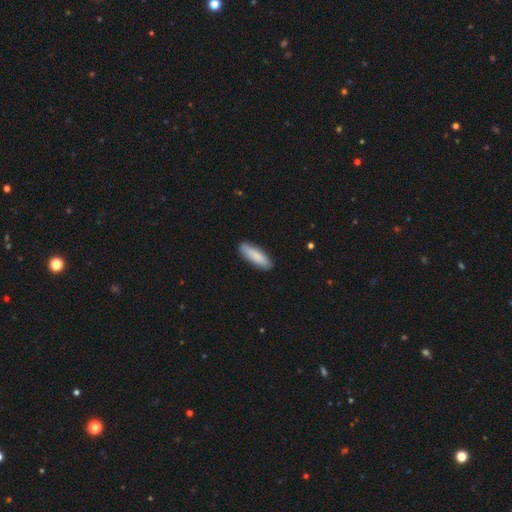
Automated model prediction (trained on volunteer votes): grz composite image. It shows a smooth galaxy with no disk features (85%) that is cigar-shaped (54%). Merging: none (88%).